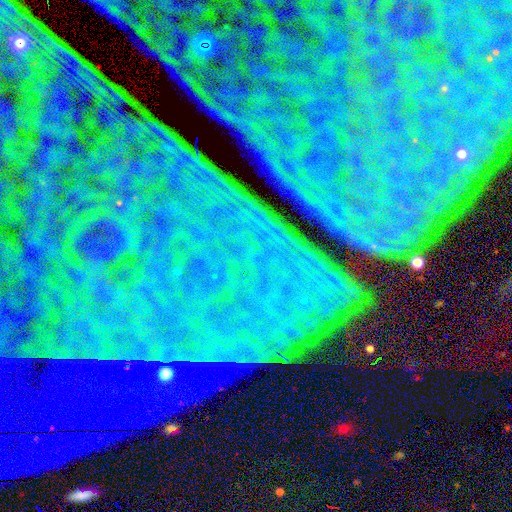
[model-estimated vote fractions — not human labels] A star or artifact, not a galaxy (86%).

Vote fractions:
- Smooth or featured? star or artifact: 86% / featured or disk: 8% / smooth: 6%